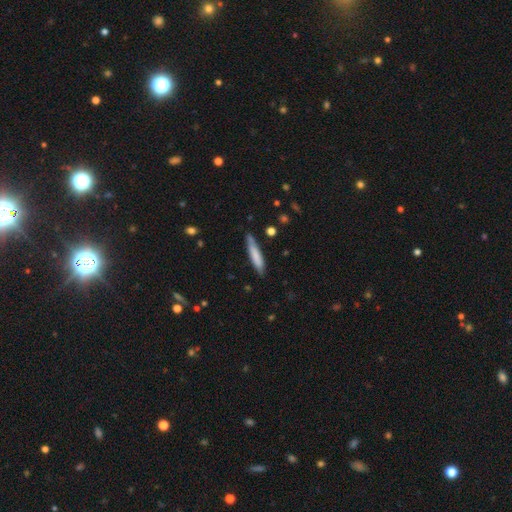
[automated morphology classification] The model was most divided on "merging": none: 76%, minor disturbance: 19%, major disturbance: 3%, merger: 2%. More confident: how rounded — cigar-shaped (87%); smooth or featured — smooth (76%).